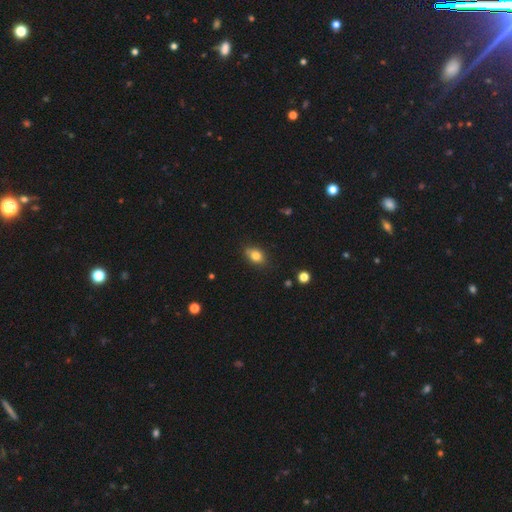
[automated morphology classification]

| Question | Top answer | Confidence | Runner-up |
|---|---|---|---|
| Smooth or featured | smooth | 80% | star or artifact (10%) |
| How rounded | in between | 72% | round (26%) |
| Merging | none | 77% | minor disturbance (18%) |